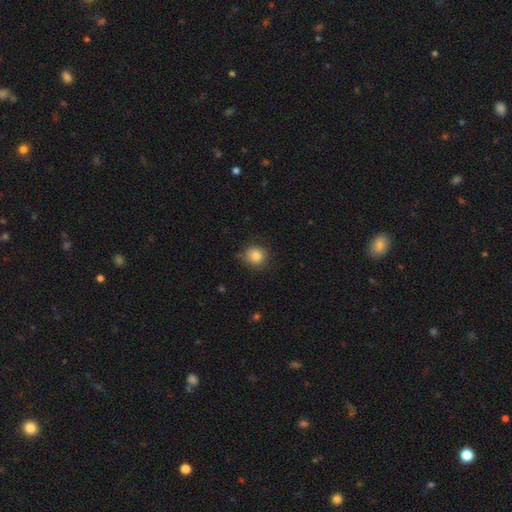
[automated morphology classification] This is clearly a smooth galaxy (85%). How rounded: clearly round (87%). Merging: clearly none (81%).